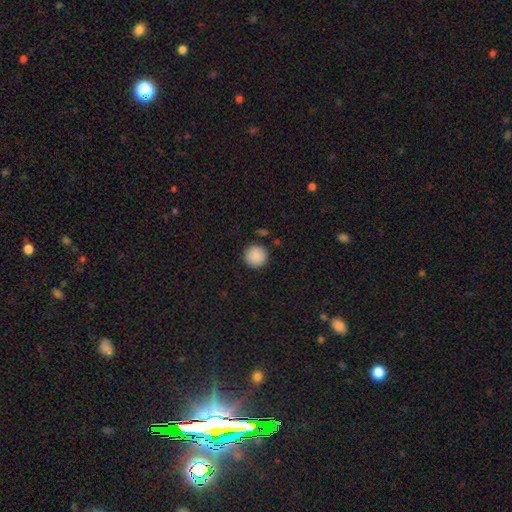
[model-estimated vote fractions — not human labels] Smooth or featured? Predicted: smooth (p=0.89). How rounded? Predicted: round (p=0.95). Merging? Predicted: none (p=0.89).